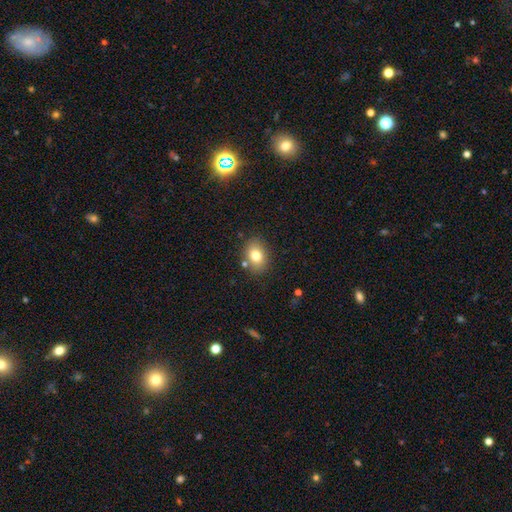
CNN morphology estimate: A smooth galaxy with no disk features (78%) that is in between round and cigar-shaped (65%). Merging: none (80%).